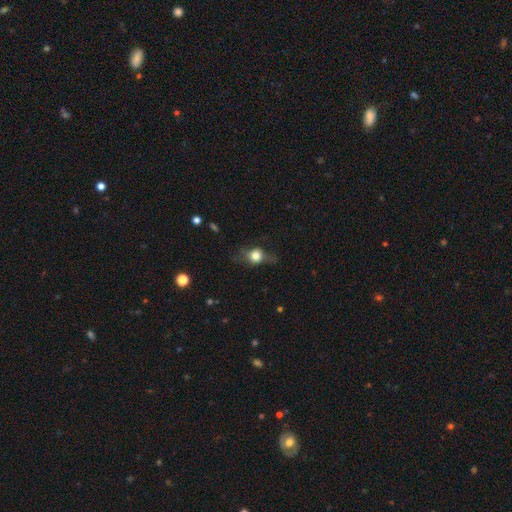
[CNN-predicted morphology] smooth 61%, featured or disk 27%, star or artifact 11%. Down the decision tree: how rounded — round (61%); merging — none (63%).